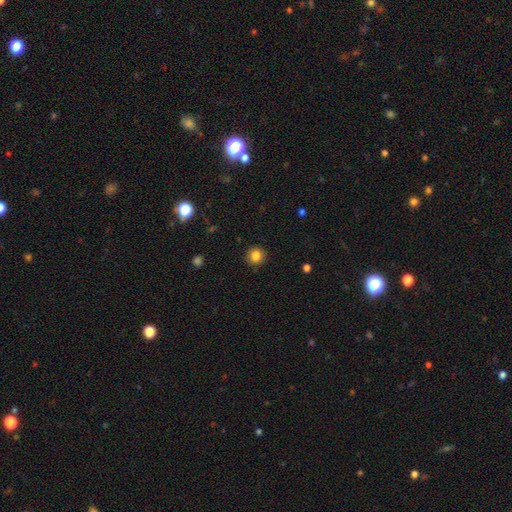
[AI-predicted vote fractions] smooth-or-featured: smooth: 84% | star or artifact: 11% | featured or disk: 5%
  how-rounded: round: 90% | in between: 9% | cigar-shaped: 1%
  merging: none: 90% | minor disturbance: 7% | major disturbance: 2% | merger: 1%